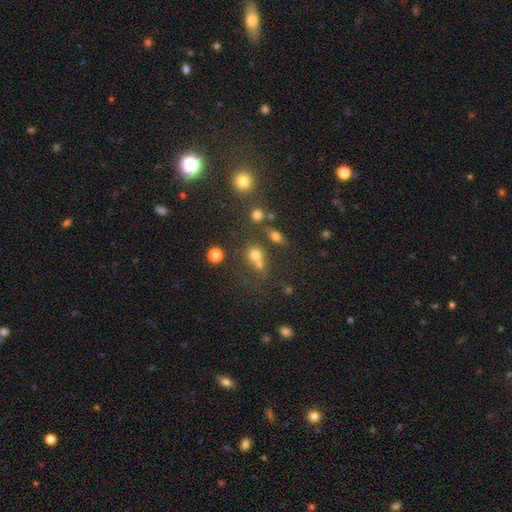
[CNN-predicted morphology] The model was most divided on "merging": none: 49%, merger: 36%, minor disturbance: 10%, major disturbance: 5%. More confident: how rounded — round (74%); smooth or featured — smooth (65%).